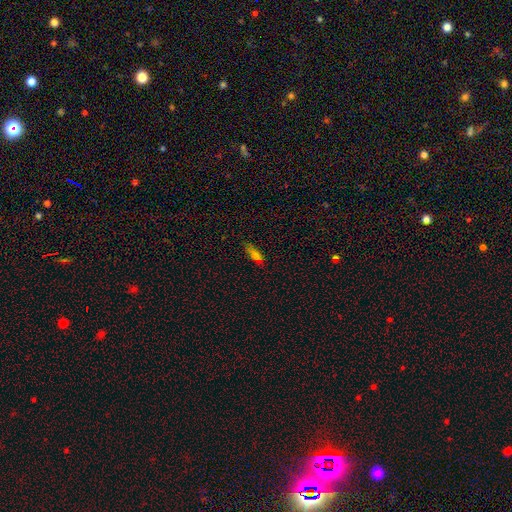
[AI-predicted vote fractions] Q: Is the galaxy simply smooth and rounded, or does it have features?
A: smooth — 66%.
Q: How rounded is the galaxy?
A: in between — 51%.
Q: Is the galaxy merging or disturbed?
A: none — 71%.